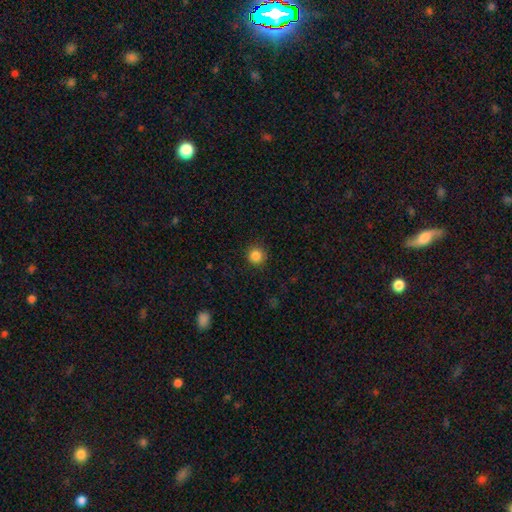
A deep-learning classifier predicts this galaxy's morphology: A smooth galaxy with no disk features (85%) that is round (95%).

Vote fractions:
- Smooth or featured? smooth: 85% / star or artifact: 11% / featured or disk: 4%
- How rounded? round: 95% / in between: 4% / cigar-shaped: 1%
- Merging? none: 90% / minor disturbance: 7% / major disturbance: 2% / merger: 1%